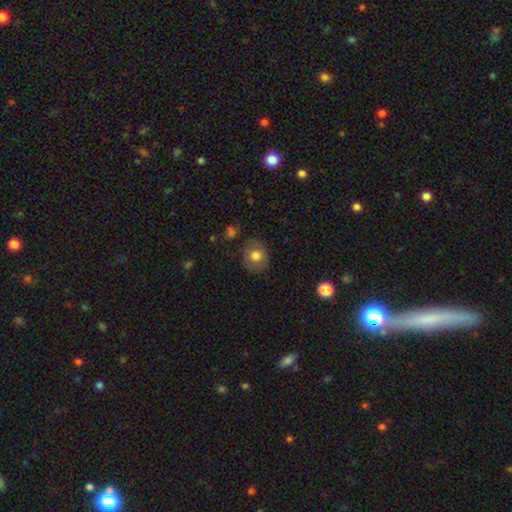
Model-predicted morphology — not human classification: This is likely a smooth galaxy (75%). How rounded: likely round (73%). Merging: clearly none (80%).